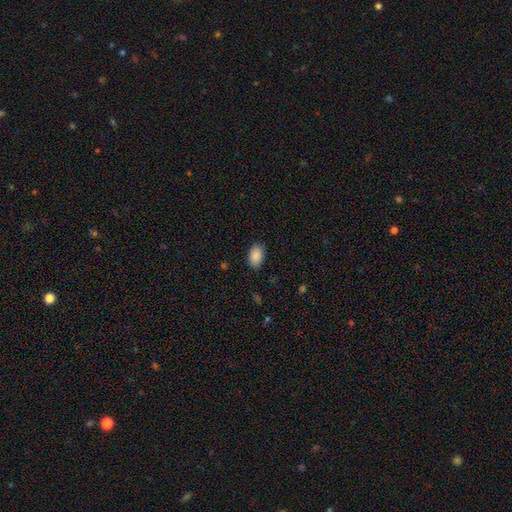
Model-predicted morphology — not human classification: Smooth or featured: smooth — 89% (star or artifact — 7%)
How rounded: in between — 91% (round — 8%)
Merging: none — 86% (minor disturbance — 11%)